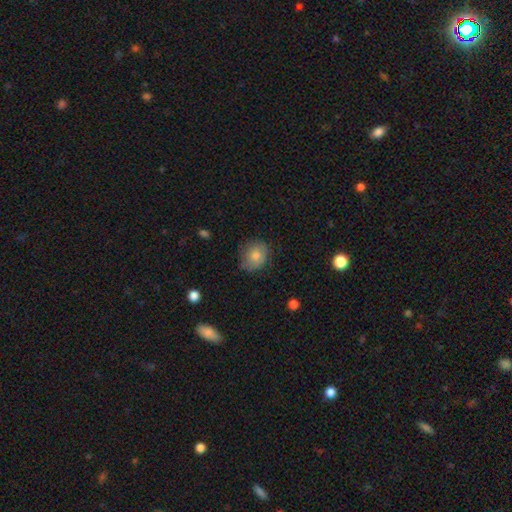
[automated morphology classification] smooth-or-featured: smooth: 75% | featured or disk: 16% | star or artifact: 9%
  how-rounded: round: 61% | in between: 38% | cigar-shaped: 1%
  merging: none: 73% | minor disturbance: 21% | major disturbance: 5% | merger: 1%